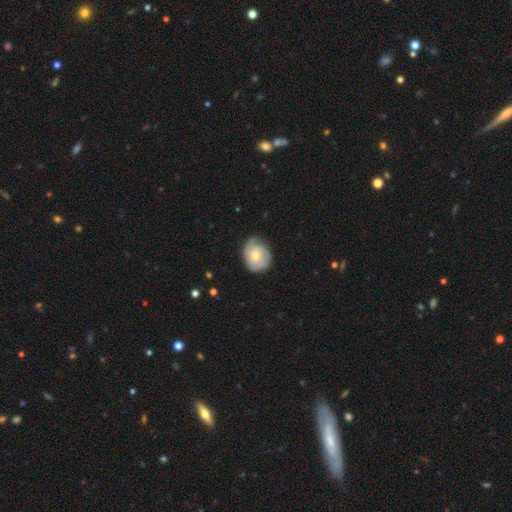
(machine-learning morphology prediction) smooth_or_featured: featured or disk (p=0.51) [alt: smooth p=0.43]
disk_edge_on: no (p=0.97) [alt: yes p=0.03]
merging: none (p=0.65) [alt: minor disturbance p=0.27]